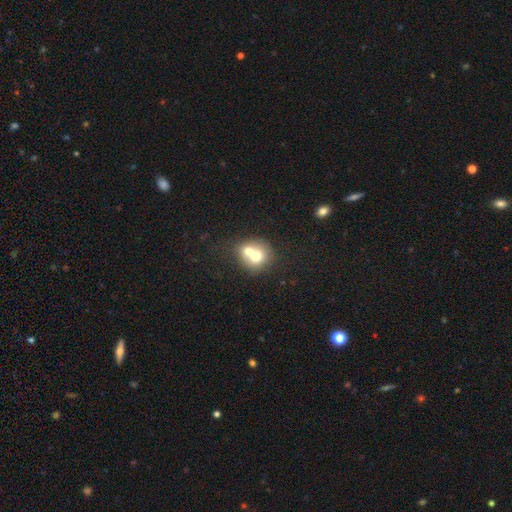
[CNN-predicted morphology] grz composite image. It shows a smooth galaxy with no disk features (64%) that is round (79%). Merging: merger (64%).